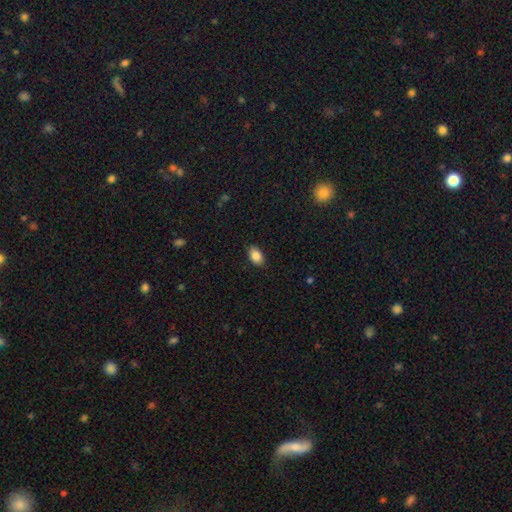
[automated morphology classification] smooth_or_featured: smooth (p=0.87) [alt: star or artifact p=0.08]
how_rounded: in between (p=0.89) [alt: round p=0.10]
merging: none (p=0.87) [alt: minor disturbance p=0.10]